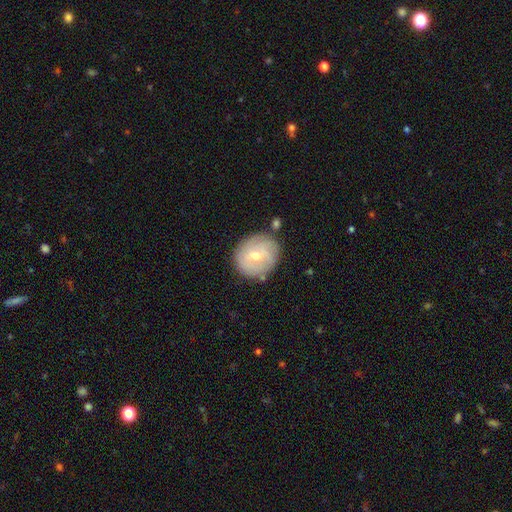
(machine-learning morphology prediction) smooth_or_featured: featured or disk (p=0.55) [alt: smooth p=0.37]
disk_edge_on: no (p=0.96) [alt: yes p=0.04]
bar: no (p=0.51) [alt: weak p=0.41]
has_spiral_arms: yes (p=0.71) [alt: no p=0.29]
bulge_size: moderate (p=0.53) [alt: small p=0.44]
merging: none (p=0.77) [alt: minor disturbance p=0.15]